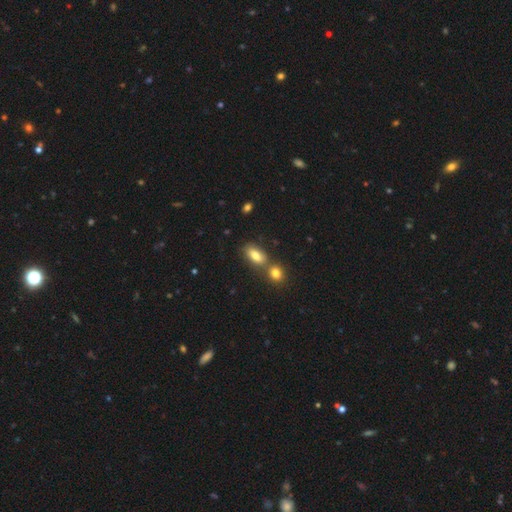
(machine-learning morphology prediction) Smooth or featured?
  - smooth: 79% *
  - featured or disk: 12%
  - star or artifact: 9%
How rounded?
  - in between: 86% *
  - cigar-shaped: 8%
  - round: 6%
Merging?
  - none: 49% *
  - merger: 37%
  - minor disturbance: 10%
  - major disturbance: 3%